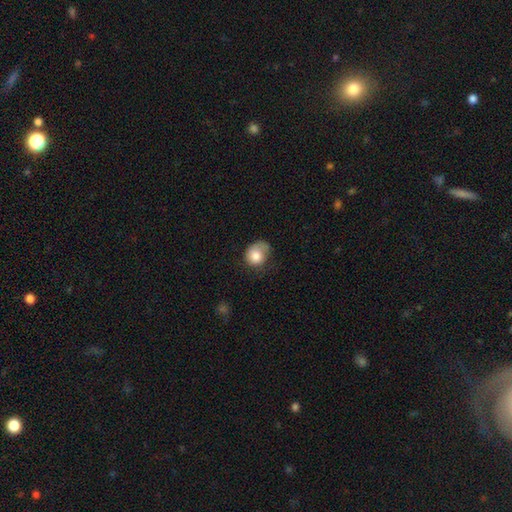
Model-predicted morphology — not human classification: type=smooth (78%); roundness=round (61%); merging=none (39%).